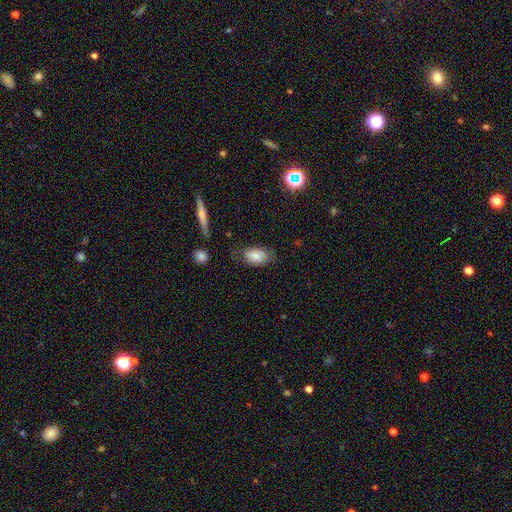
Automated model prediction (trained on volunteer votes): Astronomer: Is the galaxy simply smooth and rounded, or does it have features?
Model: smooth — 76%.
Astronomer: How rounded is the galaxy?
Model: in between — 91%.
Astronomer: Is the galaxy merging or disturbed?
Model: none — 64%.